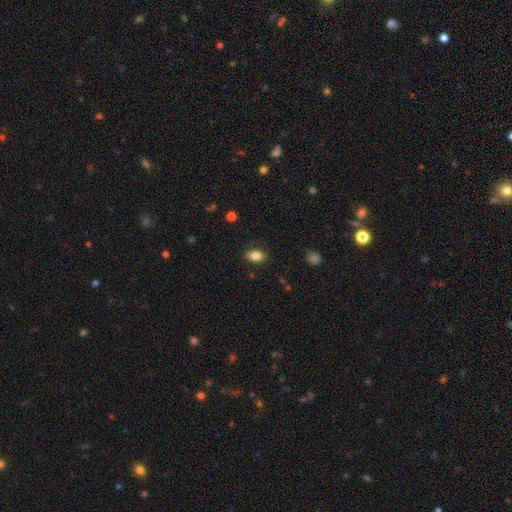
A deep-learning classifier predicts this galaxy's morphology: smooth-or-featured: smooth: 79% | featured or disk: 13% | star or artifact: 9%
  how-rounded: in between: 83% | round: 13% | cigar-shaped: 4%
  merging: none: 80% | minor disturbance: 15% | major disturbance: 3% | merger: 1%